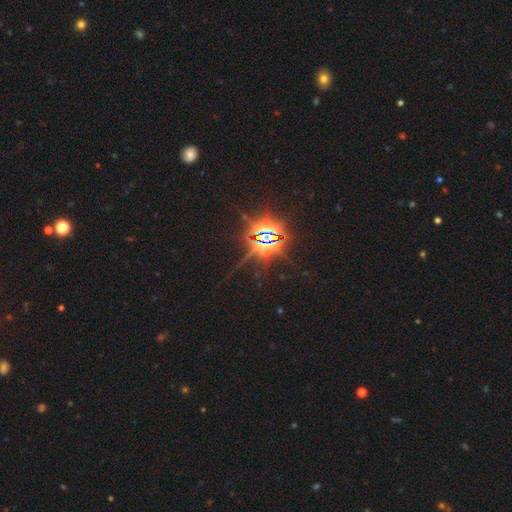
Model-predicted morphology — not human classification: Smooth or featured?
  - star or artifact: 87% *
  - smooth: 7%
  - featured or disk: 6%